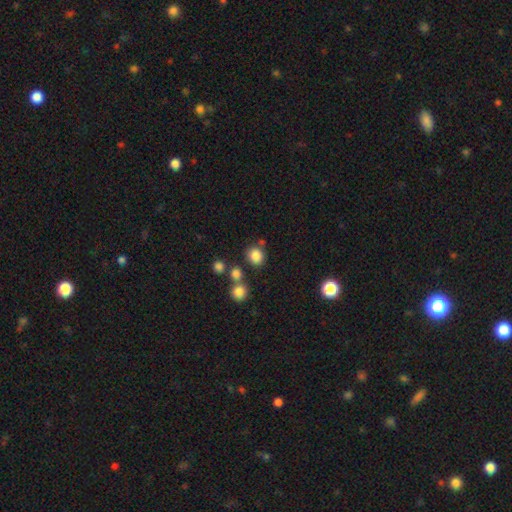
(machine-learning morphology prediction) Smooth or featured?
  - smooth: 83% *
  - star or artifact: 12%
  - featured or disk: 5%
How rounded?
  - round: 77% *
  - in between: 22%
  - cigar-shaped: 1%
Merging?
  - none: 75% *
  - merger: 11%
  - minor disturbance: 10%
  - major disturbance: 4%